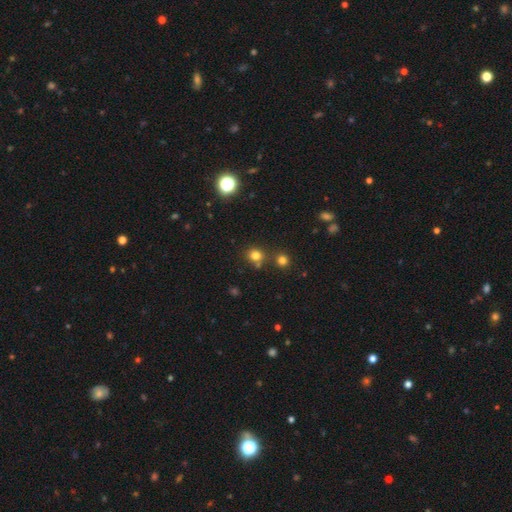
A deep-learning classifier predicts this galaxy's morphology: smooth_or_featured: smooth (p=0.75) [alt: star or artifact p=0.19]
how_rounded: round (p=0.85) [alt: in between p=0.14]
merging: none (p=0.70) [alt: merger p=0.17]